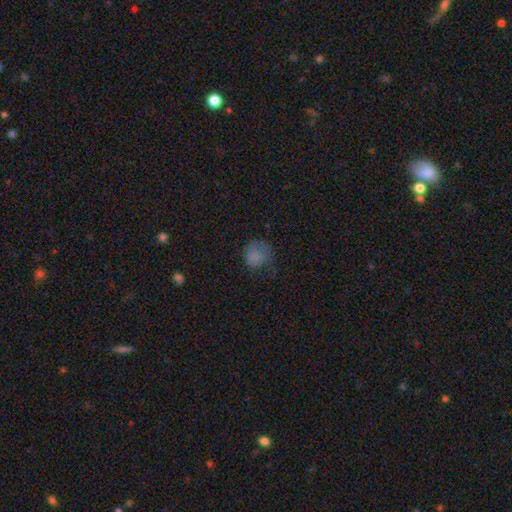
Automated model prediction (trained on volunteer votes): Overall: smooth (74%). How rounded: round (77%). Merging: none (51%; minor disturbance 27%).